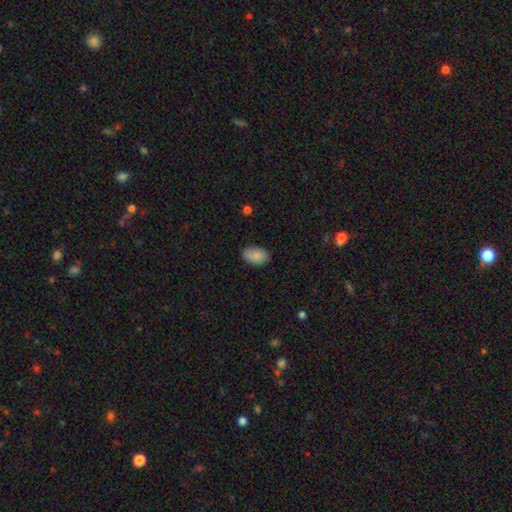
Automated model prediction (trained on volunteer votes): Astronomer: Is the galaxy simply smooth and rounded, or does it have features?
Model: smooth — 84%.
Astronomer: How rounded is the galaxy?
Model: in between — 90%.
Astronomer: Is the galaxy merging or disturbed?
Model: none — 83%.